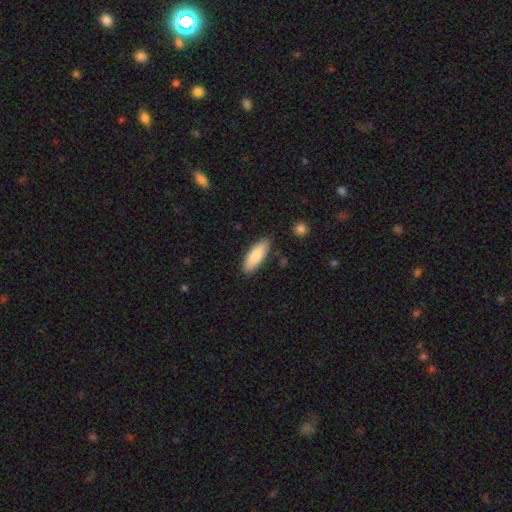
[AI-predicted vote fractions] A smooth galaxy with no disk features (83%) that is in between round and cigar-shaped (68%).

Vote fractions:
- Smooth or featured? smooth: 83% / featured or disk: 12% / star or artifact: 6%
- How rounded? in between: 68% / cigar-shaped: 30% / round: 2%
- Merging? none: 85% / minor disturbance: 11% / major disturbance: 2% / merger: 2%